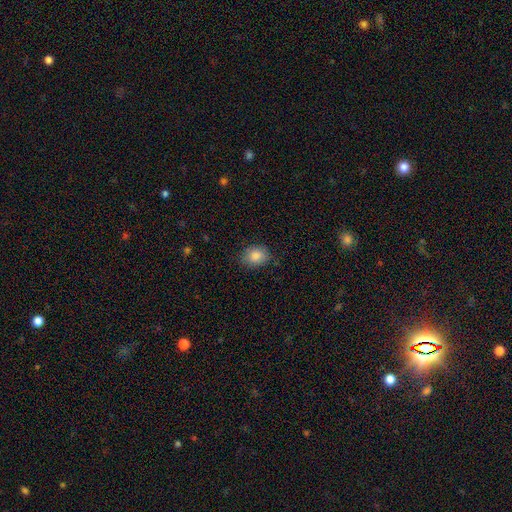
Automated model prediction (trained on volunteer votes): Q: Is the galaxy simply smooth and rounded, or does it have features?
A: smooth — 85%.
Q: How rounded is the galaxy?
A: in between — 52%.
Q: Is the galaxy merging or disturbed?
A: none — 82%.